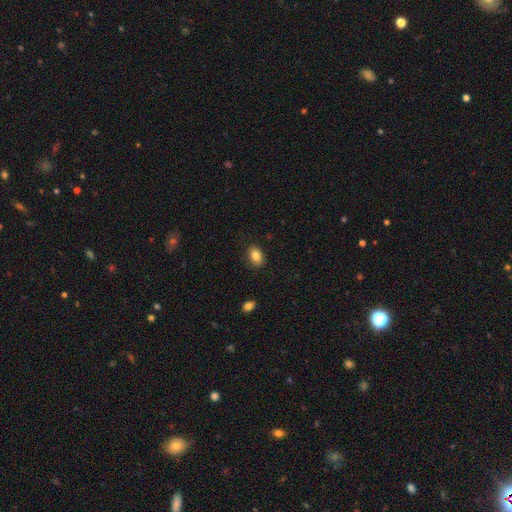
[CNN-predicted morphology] This appears to be a smooth galaxy with no disk features (84%) that is in between round and cigar-shaped (80%). Merging: none (86%).